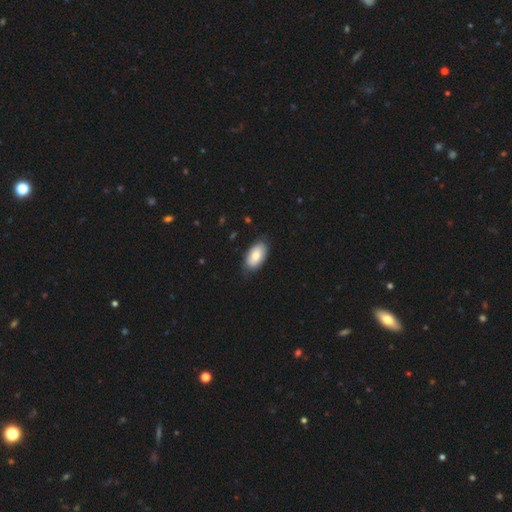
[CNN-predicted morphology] Smooth or featured?
  - smooth: 77% *
  - featured or disk: 17%
  - star or artifact: 6%
How rounded?
  - in between: 95% *
  - round: 3%
  - cigar-shaped: 2%
Merging?
  - none: 80% *
  - minor disturbance: 16%
  - major disturbance: 3%
  - merger: 1%